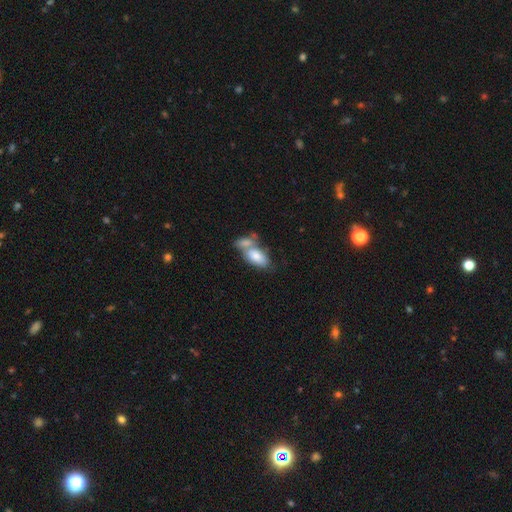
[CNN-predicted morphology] type=smooth (77%); roundness=in between (91%); merging=merger (55%).